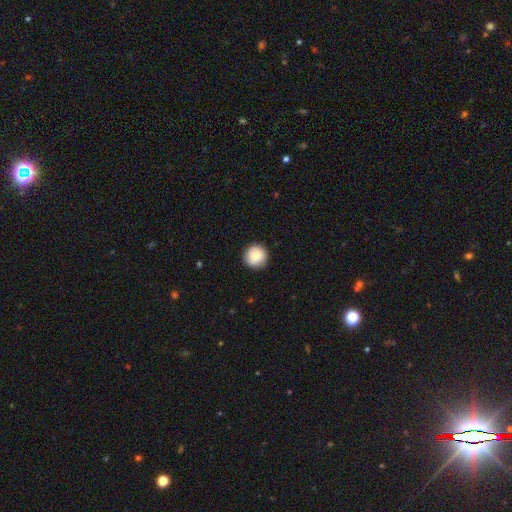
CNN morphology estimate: A smooth galaxy with no disk features (80%) that is round (95%). Merging: none (89%).